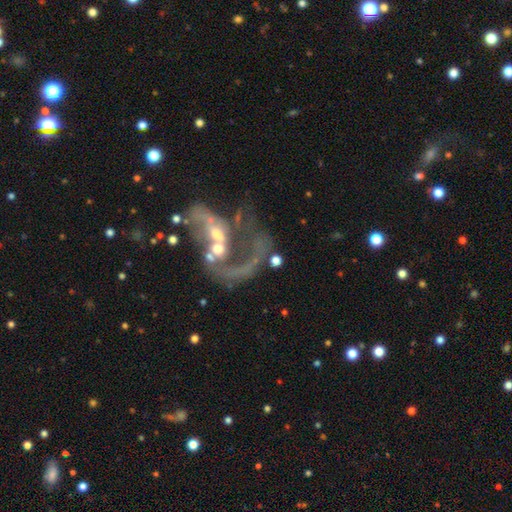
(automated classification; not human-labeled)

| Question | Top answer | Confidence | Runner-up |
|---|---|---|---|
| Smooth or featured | featured or disk | 80% | smooth (11%) |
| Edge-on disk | no | 96% | yes (4%) |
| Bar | no | 53% | weak (32%) |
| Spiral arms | yes | 76% | no (24%) |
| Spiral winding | loose | 67% | medium (25%) |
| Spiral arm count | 2 | 44% | 1 (41%) |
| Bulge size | moderate | 43% | small (41%) |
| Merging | merger | 54% | major disturbance (22%) |